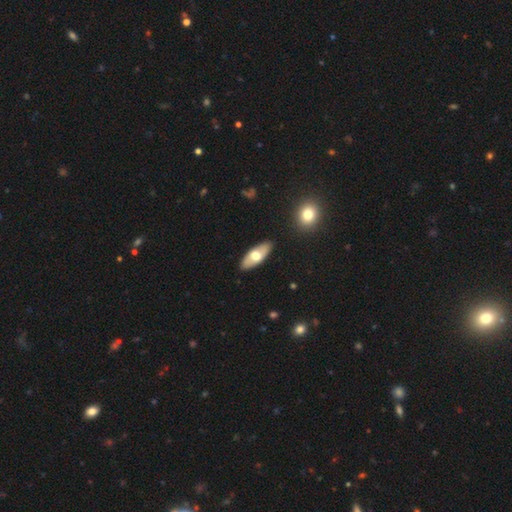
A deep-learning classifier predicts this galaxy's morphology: A smooth galaxy with no disk features (57%) that is in between round and cigar-shaped (80%).

Vote fractions:
- Smooth or featured? smooth: 57% / featured or disk: 38% / star or artifact: 5%
- How rounded? in between: 80% / cigar-shaped: 17% / round: 3%
- Merging? none: 88% / minor disturbance: 9% / major disturbance: 2% / merger: 1%